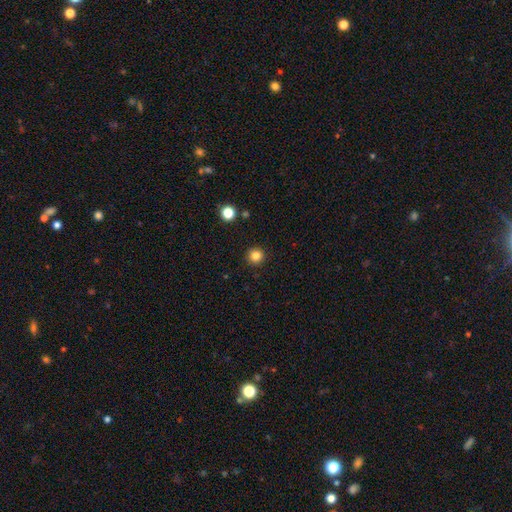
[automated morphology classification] This appears to be a smooth galaxy with no disk features (83%) that is round (95%). Merging: none (92%).